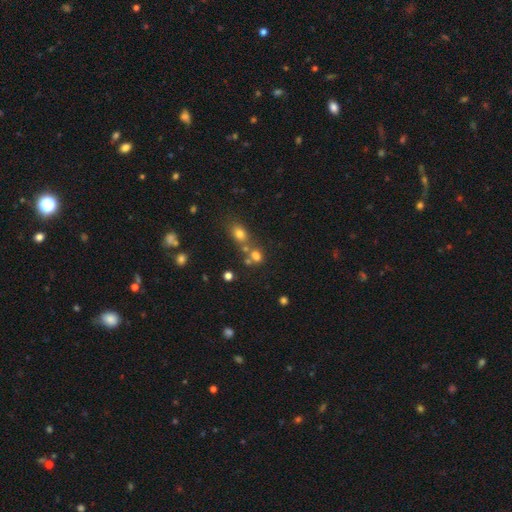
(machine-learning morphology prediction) smooth_or_featured: smooth (p=0.69) [alt: star or artifact p=0.20]
how_rounded: round (p=0.56) [alt: in between p=0.42]
merging: none (p=0.45) [alt: merger p=0.40]